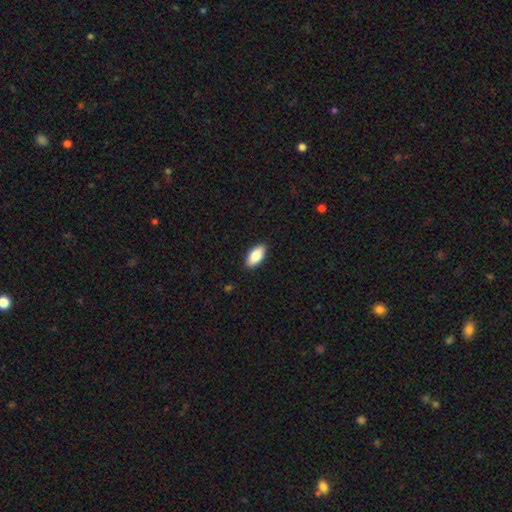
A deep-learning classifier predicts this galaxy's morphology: type=smooth (85%); roundness=in between (89%); merging=none (89%).